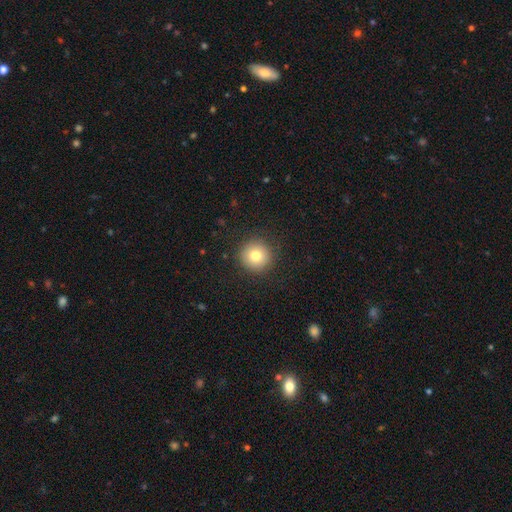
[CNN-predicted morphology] smooth 77%, star or artifact 12%, featured or disk 11%. Down the decision tree: how rounded — round (95%); merging — none (90%).